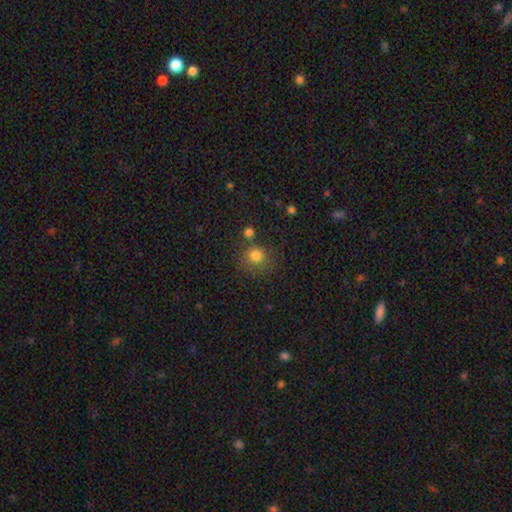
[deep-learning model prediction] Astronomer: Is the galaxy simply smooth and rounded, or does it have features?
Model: smooth — 80%.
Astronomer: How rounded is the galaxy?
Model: round — 87%.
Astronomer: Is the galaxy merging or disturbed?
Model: none — 71%.